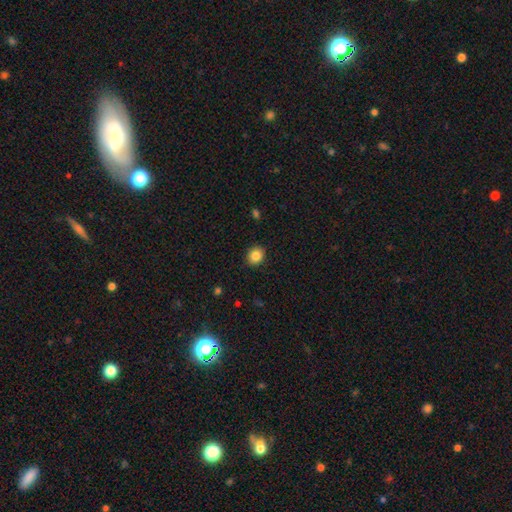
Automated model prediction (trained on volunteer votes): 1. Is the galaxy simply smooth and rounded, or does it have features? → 85% smooth, 10% star or artifact, 5% featured or disk.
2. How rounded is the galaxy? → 72% round, 27% in between, 1% cigar-shaped.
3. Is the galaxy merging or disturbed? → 90% none, 7% minor disturbance, 2% major disturbance, 1% merger.